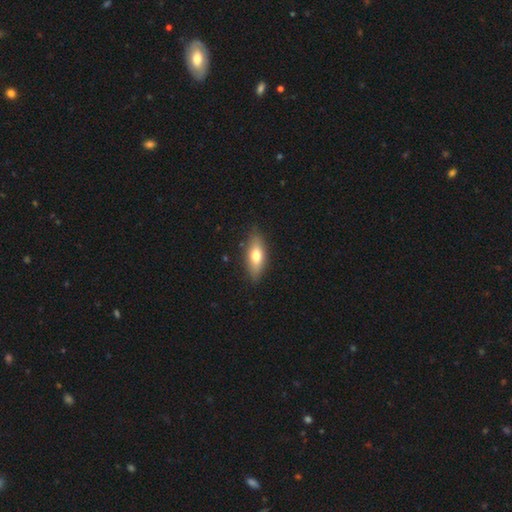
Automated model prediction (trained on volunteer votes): Overall: smooth (67%). How rounded: in between (71%). Merging: none (85%).